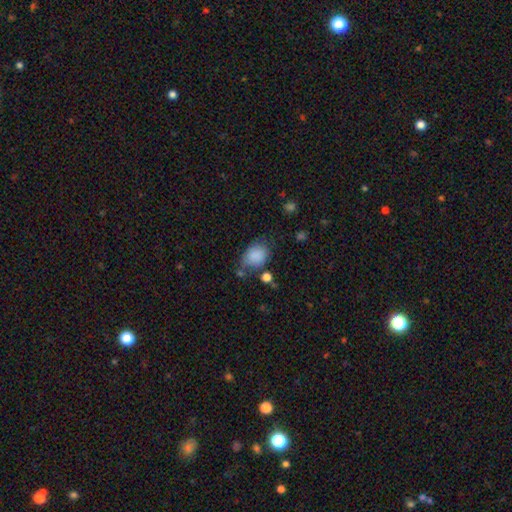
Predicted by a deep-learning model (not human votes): smooth_or_featured: smooth (p=0.85) [alt: star or artifact p=0.09]
how_rounded: in between (p=0.68) [alt: round p=0.31]
merging: none (p=0.57) [alt: minor disturbance p=0.27]